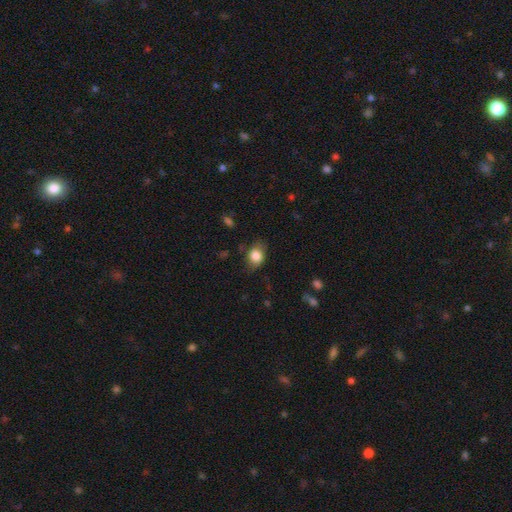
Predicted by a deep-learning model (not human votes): A smooth galaxy with no disk features (82%) that is in between round and cigar-shaped (66%).

Vote fractions:
- Smooth or featured? smooth: 82% / featured or disk: 10% / star or artifact: 8%
- How rounded? in between: 66% / round: 33% / cigar-shaped: 1%
- Merging? none: 69% / minor disturbance: 23% / major disturbance: 6% / merger: 1%